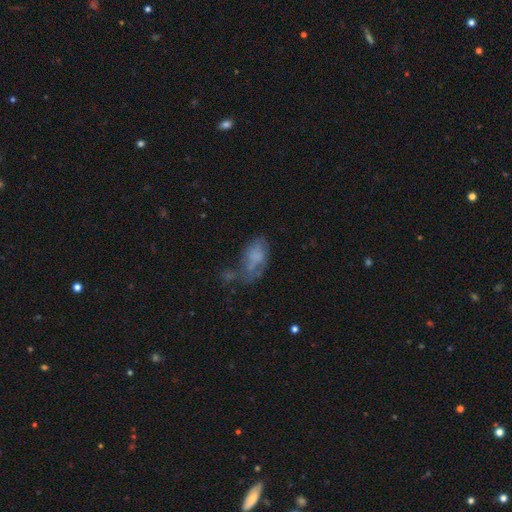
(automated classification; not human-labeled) smooth_or_featured: smooth (p=0.53) [alt: featured or disk p=0.36]
how_rounded: in between (p=0.91) [alt: round p=0.06]
merging: major disturbance (p=0.34) [alt: none p=0.26]